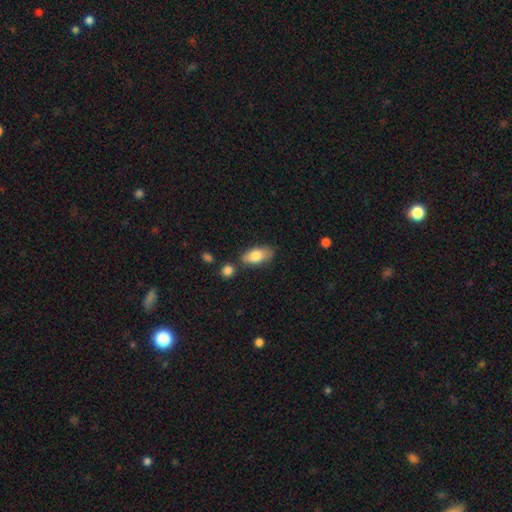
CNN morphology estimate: smooth_or_featured: smooth (p=0.78) [alt: featured or disk p=0.16]
how_rounded: in between (p=0.86) [alt: cigar-shaped p=0.11]
merging: none (p=0.73) [alt: minor disturbance p=0.16]